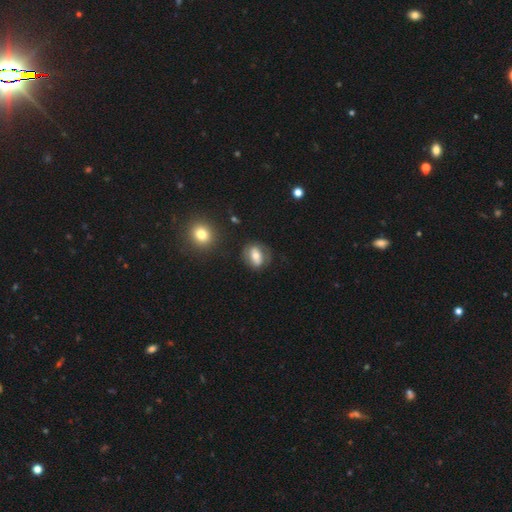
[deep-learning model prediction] The model was most divided on "smooth or featured": smooth: 54%, featured or disk: 38%, star or artifact: 8%. More confident: merging — none (71%); how rounded — in between (59%).